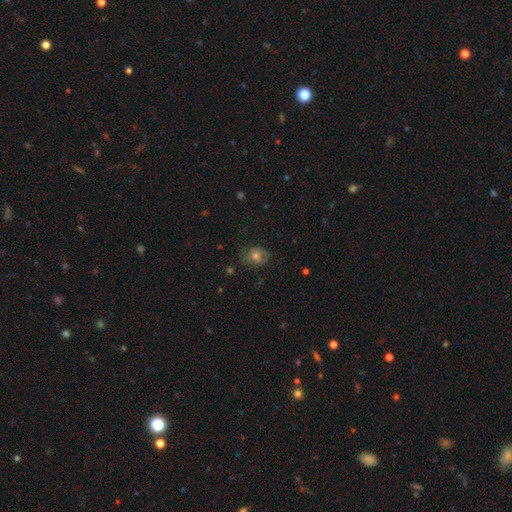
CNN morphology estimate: Smooth or featured?
  - smooth: 54% *
  - featured or disk: 27%
  - star or artifact: 19%
How rounded?
  - round: 60% *
  - in between: 39%
  - cigar-shaped: 1%
Merging?
  - none: 71% *
  - minor disturbance: 20%
  - major disturbance: 7%
  - merger: 1%